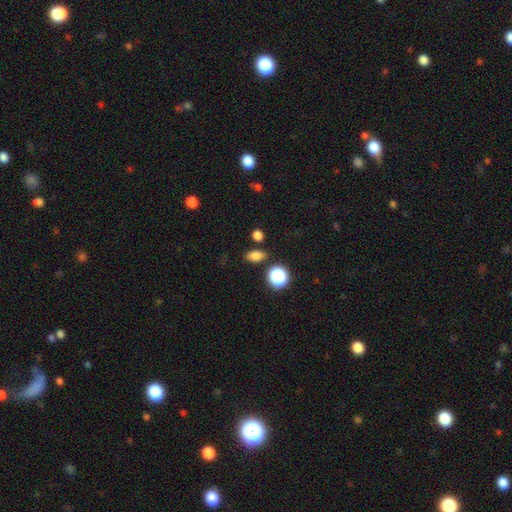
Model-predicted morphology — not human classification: Smooth or featured? Predicted: smooth (p=0.80). How rounded? Predicted: in between (p=0.80). Merging? Predicted: none (p=0.82).